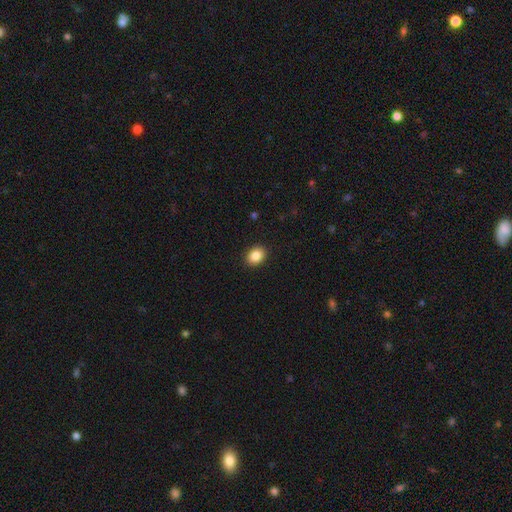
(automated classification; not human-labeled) smooth-or-featured: smooth: 88% | star or artifact: 8% | featured or disk: 4%
  how-rounded: in between: 59% | round: 40% | cigar-shaped: 1%
  merging: none: 91% | minor disturbance: 6% | major disturbance: 2% | merger: 1%